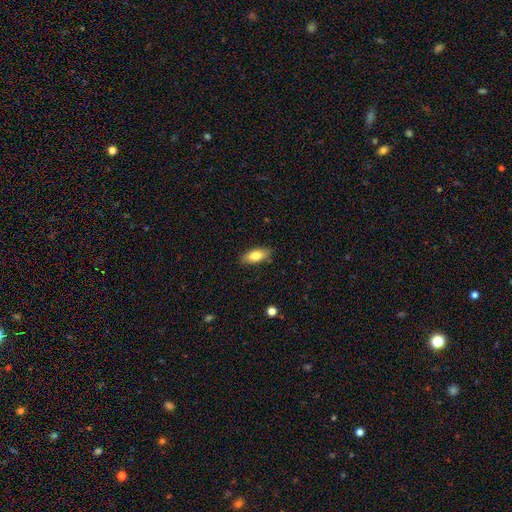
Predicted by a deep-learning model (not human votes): Smooth or featured: smooth — 77% (featured or disk — 16%)
How rounded: in between — 82% (cigar-shaped — 15%)
Merging: none — 86% (minor disturbance — 10%)